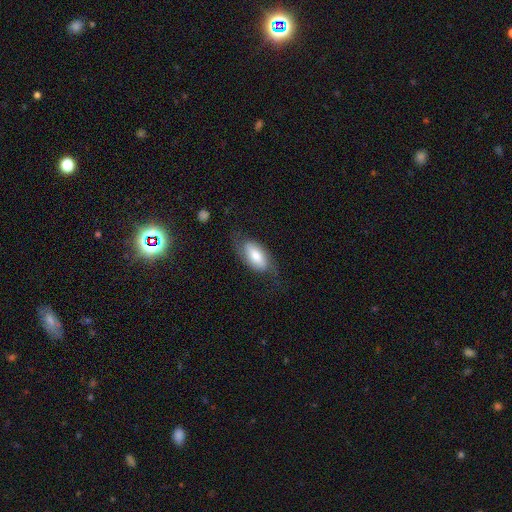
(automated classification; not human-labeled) Overall: smooth (48%; featured or disk 44%). Merging: none (65%).